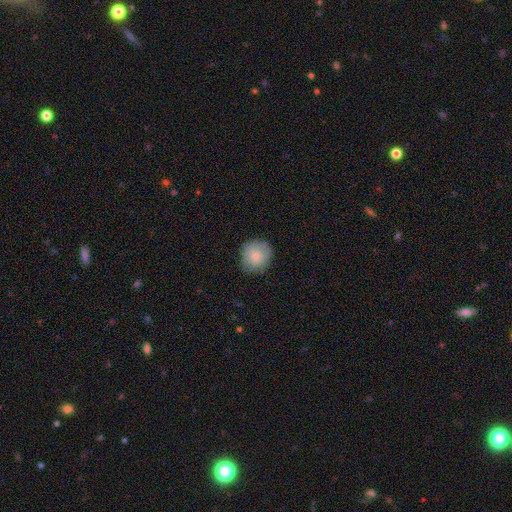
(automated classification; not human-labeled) Smooth or featured? smooth (73%)
How rounded? round (85%)
Merging? none (77%)